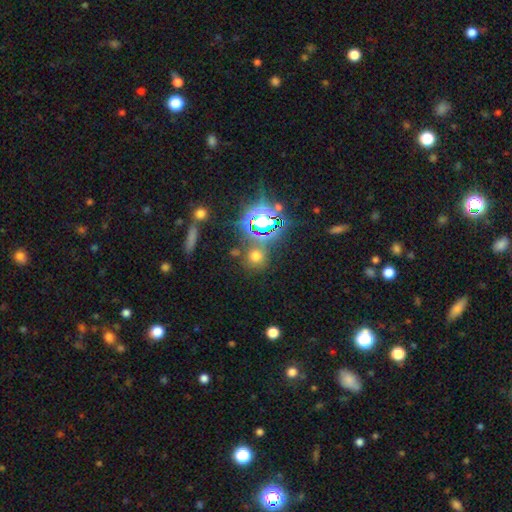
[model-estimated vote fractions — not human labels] Morphology: type=smooth (52%); roundness=round (86%); merging=none (76%).